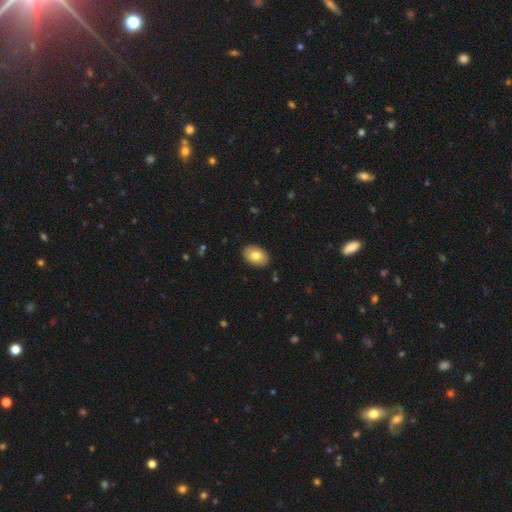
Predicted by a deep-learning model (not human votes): A smooth galaxy with no disk features (79%) that is in between round and cigar-shaped (88%). Merging: none (88%).